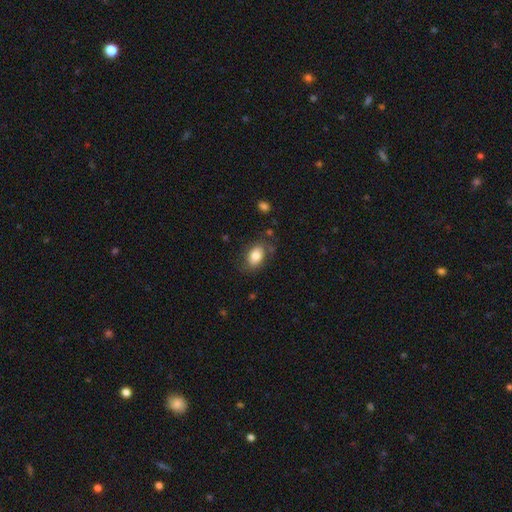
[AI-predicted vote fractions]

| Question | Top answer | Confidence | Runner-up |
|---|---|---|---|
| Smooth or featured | smooth | 81% | featured or disk (11%) |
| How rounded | in between | 85% | round (14%) |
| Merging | none | 74% | minor disturbance (17%) |